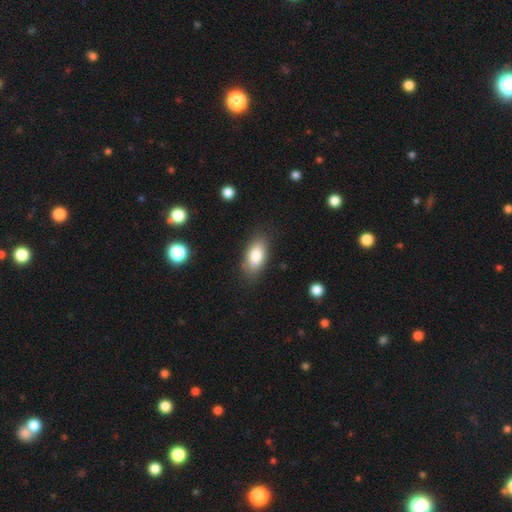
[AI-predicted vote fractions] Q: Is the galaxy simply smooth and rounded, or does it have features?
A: smooth — 82%.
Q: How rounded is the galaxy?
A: in between — 91%.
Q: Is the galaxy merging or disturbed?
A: none — 83%.